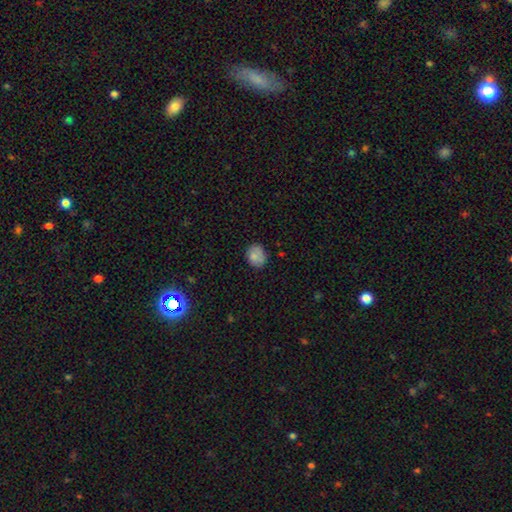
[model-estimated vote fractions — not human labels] This is clearly a smooth galaxy (82%). How rounded: possibly round (53%). Merging: likely none (77%).